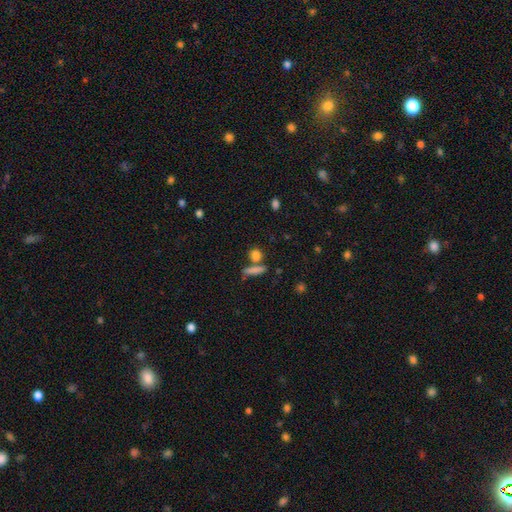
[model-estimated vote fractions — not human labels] Overall: smooth (82%). How rounded: round (58%; in between 24%). Merging: none (66%).